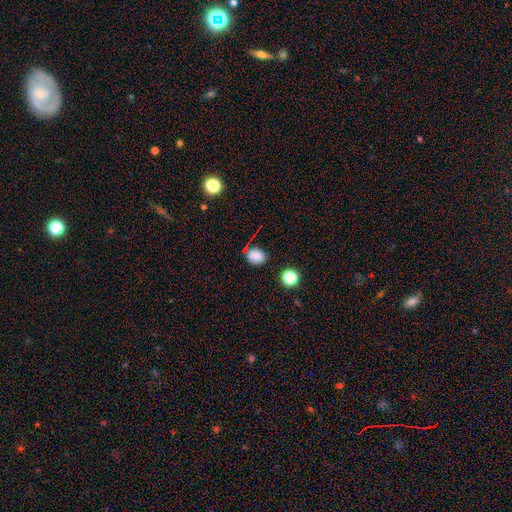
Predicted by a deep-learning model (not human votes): smooth 80%, star or artifact 15%, featured or disk 5%. Down the decision tree: how rounded — round (59%); merging — none (77%).